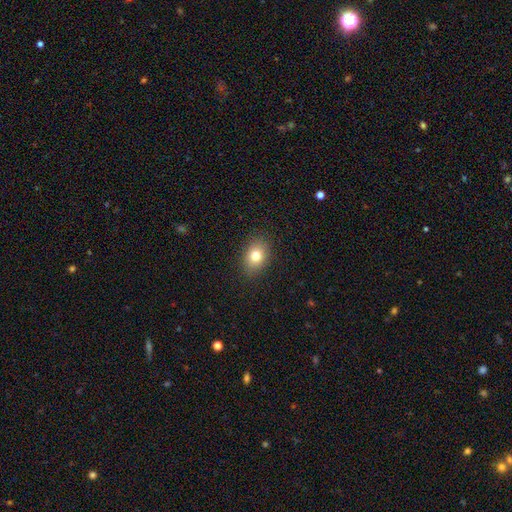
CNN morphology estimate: smooth_or_featured: smooth (p=0.79) [alt: featured or disk p=0.11]
how_rounded: in between (p=0.73) [alt: round p=0.26]
merging: none (p=0.88) [alt: minor disturbance p=0.08]